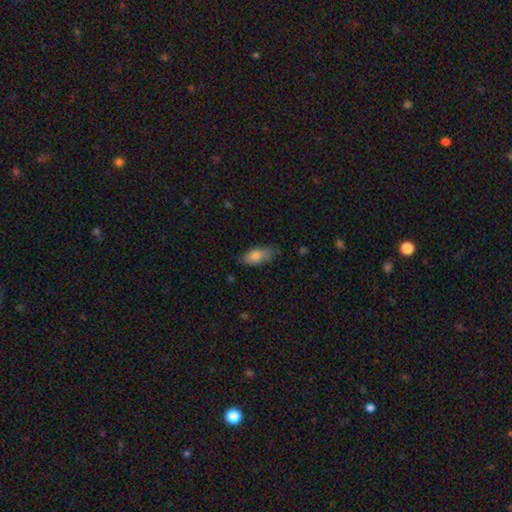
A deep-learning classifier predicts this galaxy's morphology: This appears to be a smooth galaxy with no disk features (79%) that is in between round and cigar-shaped (87%). Merging: none (62%).